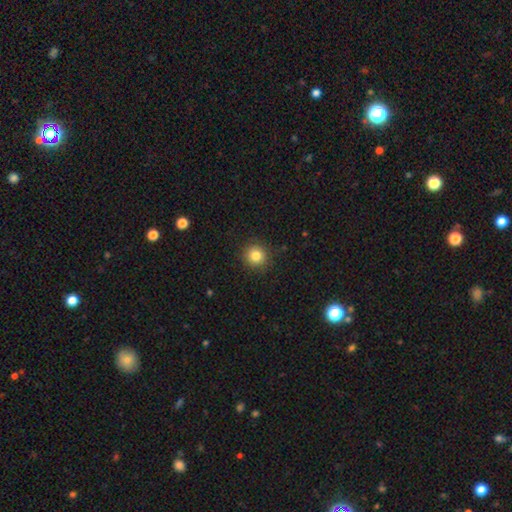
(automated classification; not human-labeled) Smooth or featured?
  - smooth: 83% *
  - star or artifact: 11%
  - featured or disk: 6%
How rounded?
  - round: 93% *
  - in between: 6%
  - cigar-shaped: 1%
Merging?
  - none: 90% *
  - minor disturbance: 7%
  - major disturbance: 2%
  - merger: 1%